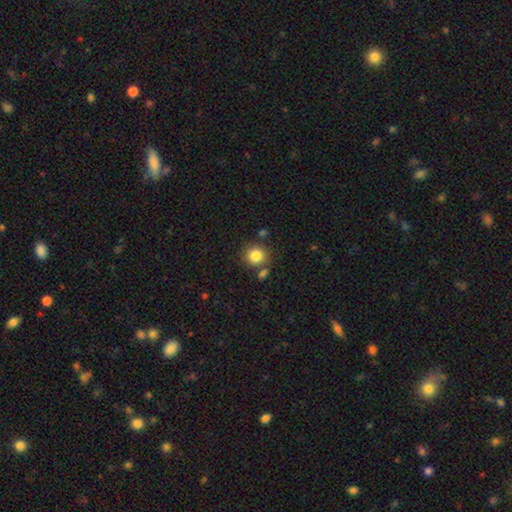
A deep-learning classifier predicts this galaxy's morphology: Smooth or featured?
  - smooth: 84% *
  - star or artifact: 10%
  - featured or disk: 6%
How rounded?
  - round: 86% *
  - in between: 13%
  - cigar-shaped: 1%
Merging?
  - none: 73% *
  - merger: 12%
  - minor disturbance: 11%
  - major disturbance: 4%